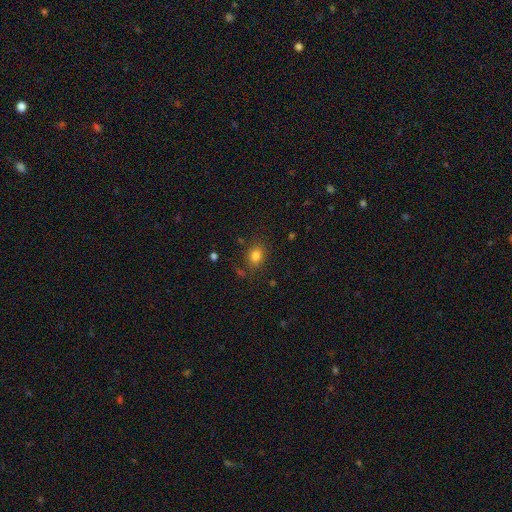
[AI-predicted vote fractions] The model was most divided on "how rounded": in between: 57%, round: 42%, cigar-shaped: 1%. More confident: smooth or featured — smooth (81%); merging — none (79%).